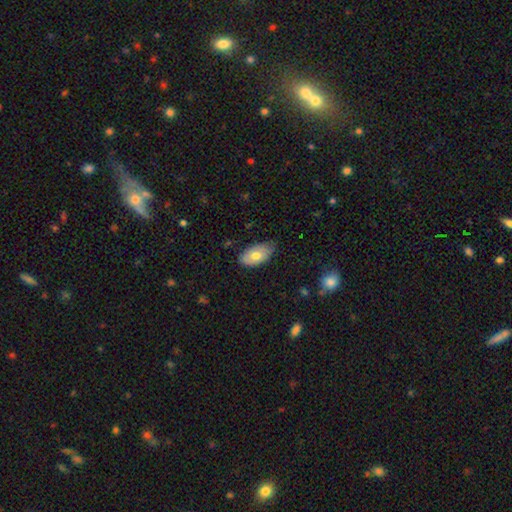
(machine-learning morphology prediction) Overall: smooth (67%). How rounded: in between (93%). Merging: none (64%; minor disturbance 31%).